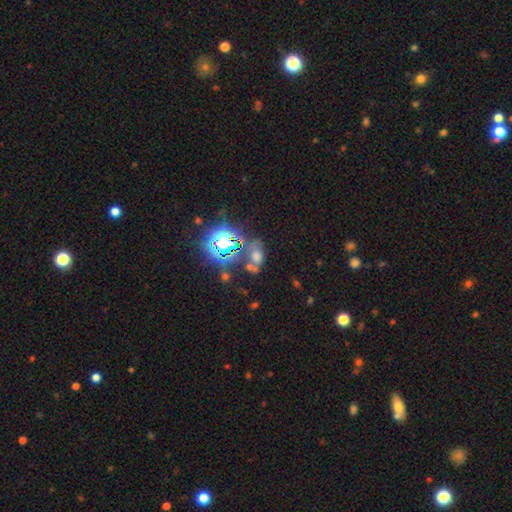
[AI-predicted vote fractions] Smooth or featured? star or artifact (45%)